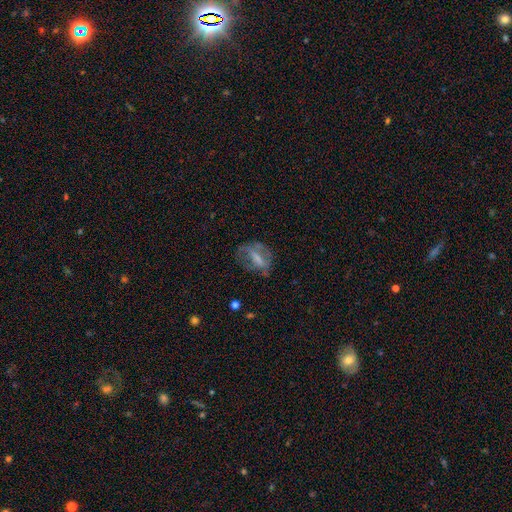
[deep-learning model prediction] Overall: featured or disk (48%; smooth 40%). Merging: none (46%; major disturbance 28%).